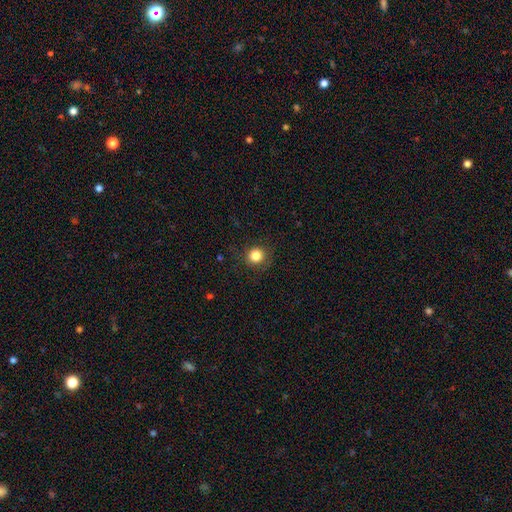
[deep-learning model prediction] This appears to be a smooth galaxy with no disk features (84%) that is round (92%). Merging: none (87%).